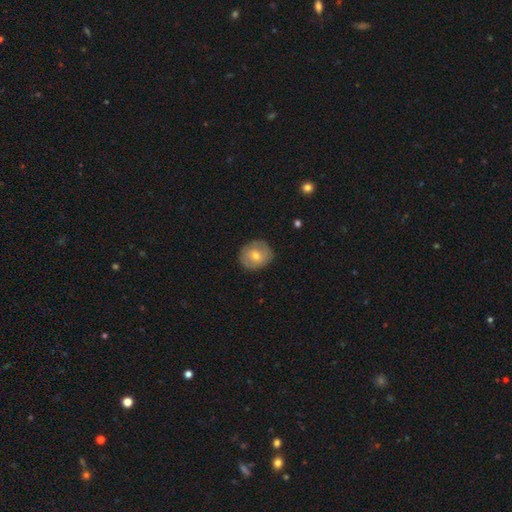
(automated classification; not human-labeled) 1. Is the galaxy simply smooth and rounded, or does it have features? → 55% smooth, 37% featured or disk, 8% star or artifact.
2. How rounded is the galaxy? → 77% round, 21% in between, 1% cigar-shaped.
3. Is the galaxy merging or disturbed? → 83% none, 13% minor disturbance, 3% major disturbance, 1% merger.